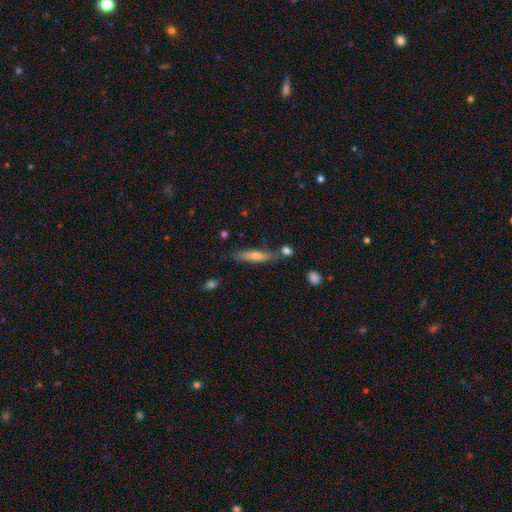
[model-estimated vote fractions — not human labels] Smooth or featured: smooth — 47% (featured or disk — 45%)
Merging: none — 69% (minor disturbance — 18%)